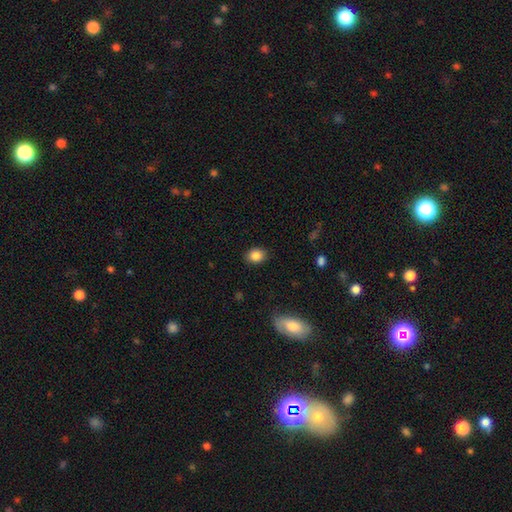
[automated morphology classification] Smooth or featured?
  - smooth: 85% *
  - star or artifact: 9%
  - featured or disk: 5%
How rounded?
  - in between: 56% *
  - round: 43%
  - cigar-shaped: 1%
Merging?
  - none: 87% *
  - minor disturbance: 10%
  - major disturbance: 2%
  - merger: 1%